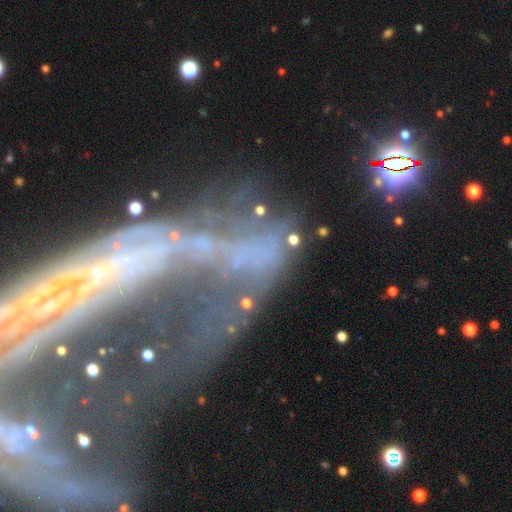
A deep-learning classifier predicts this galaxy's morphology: A featured or disk galaxy (58%).

Vote fractions:
- Smooth or featured? featured or disk: 58% / star or artifact: 27% / smooth: 15%
- Edge-on disk? no: 79% / yes: 21%
- Merging? major disturbance: 42% / none: 28% / merger: 18% / minor disturbance: 13%